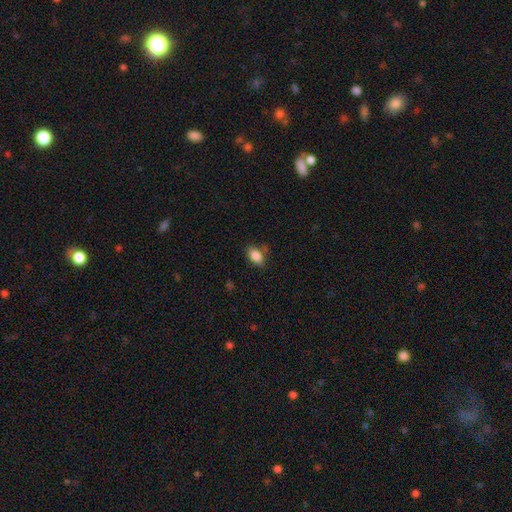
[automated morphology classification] Smooth or featured? smooth (86%)
How rounded? in between (87%)
Merging? none (76%)